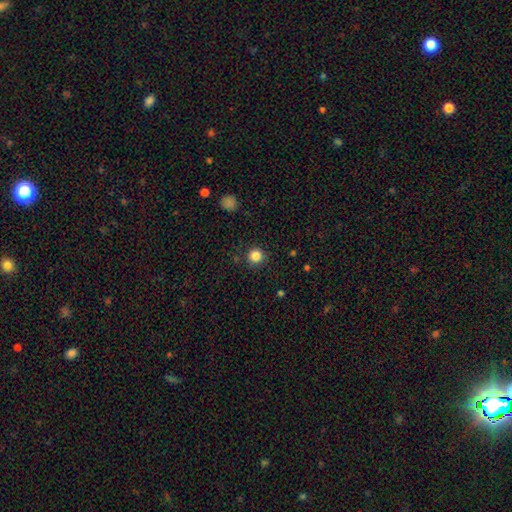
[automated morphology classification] smooth_or_featured: smooth (p=0.85) [alt: star or artifact p=0.11]
how_rounded: round (p=0.95) [alt: in between p=0.04]
merging: none (p=0.90) [alt: minor disturbance p=0.06]